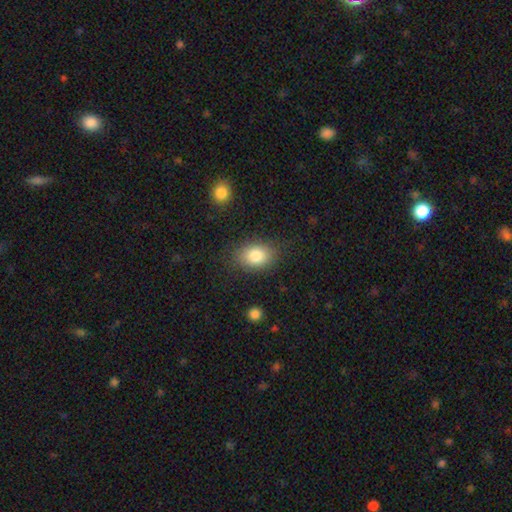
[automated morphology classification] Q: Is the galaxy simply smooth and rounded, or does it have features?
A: smooth — 83%.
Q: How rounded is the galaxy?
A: in between — 75%.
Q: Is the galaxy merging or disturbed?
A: none — 82%.